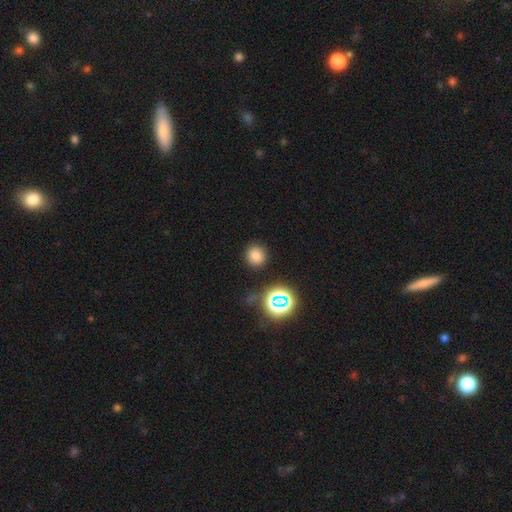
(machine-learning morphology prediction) type=smooth (77%); roundness=round (88%); merging=none (89%).